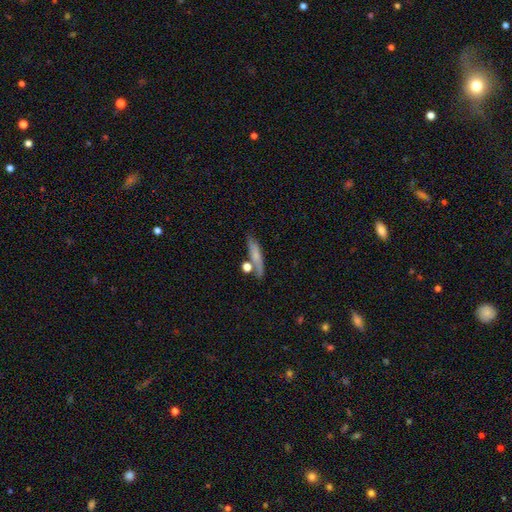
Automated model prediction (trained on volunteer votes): smooth_or_featured: smooth (p=0.62) [alt: featured or disk p=0.30]
how_rounded: cigar-shaped (p=0.76) [alt: in between p=0.19]
merging: none (p=0.66) [alt: minor disturbance p=0.15]